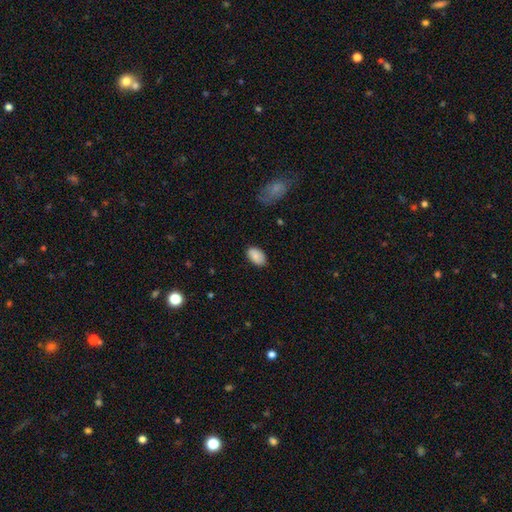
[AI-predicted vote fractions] This is clearly a smooth galaxy (85%). How rounded: clearly in between (93%). Merging: clearly none (81%).